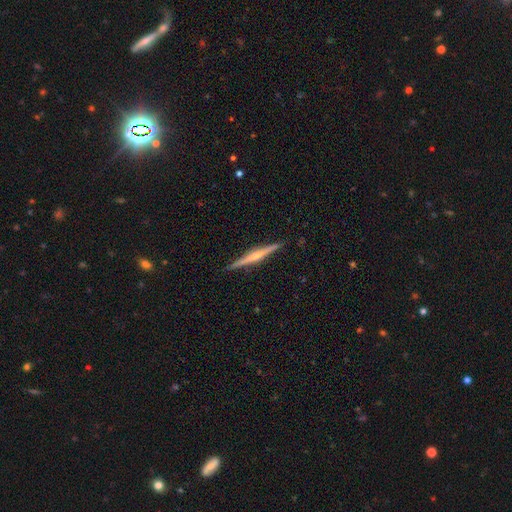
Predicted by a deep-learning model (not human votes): smooth-or-featured: featured or disk: 74% | smooth: 21% | star or artifact: 5%
  disk-edge-on: yes: 98% | no: 2%
    edge-on-bulge: rounded: 71% | none: 19% | boxy: 10%
  merging: none: 91% | minor disturbance: 6% | major disturbance: 1% | merger: 1%